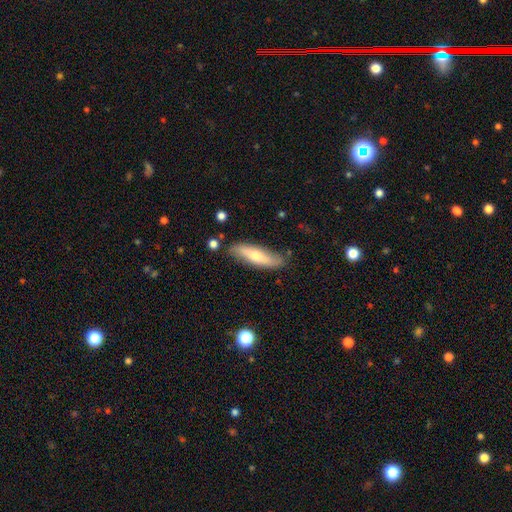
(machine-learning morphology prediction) Smooth or featured? smooth (58%)
How rounded? cigar-shaped (61%)
Merging? none (78%)